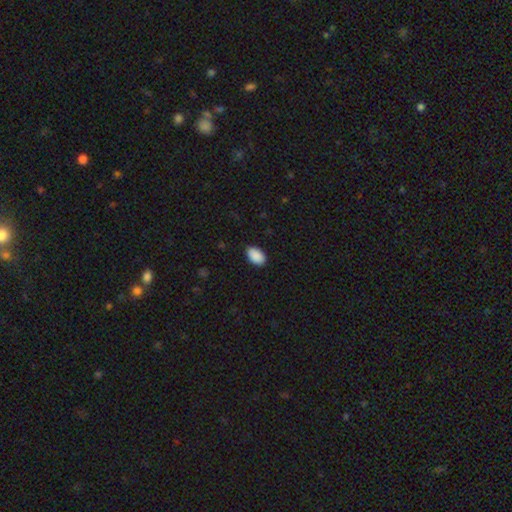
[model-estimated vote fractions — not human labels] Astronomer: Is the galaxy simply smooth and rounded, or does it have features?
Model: smooth — 90%.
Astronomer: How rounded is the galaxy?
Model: in between — 93%.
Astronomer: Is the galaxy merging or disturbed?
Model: none — 86%.